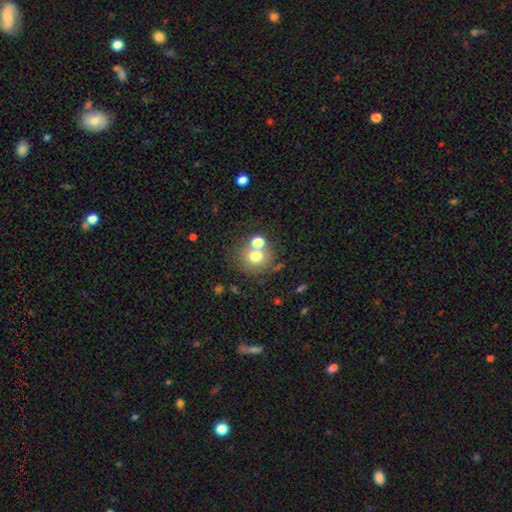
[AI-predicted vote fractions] Morphology: type=smooth (71%); roundness=round (84%); merging=none (58%).